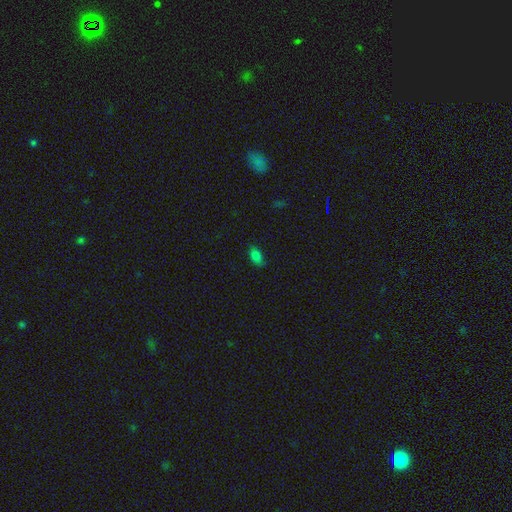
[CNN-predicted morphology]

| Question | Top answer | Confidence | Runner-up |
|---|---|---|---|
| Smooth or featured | smooth | 81% | star or artifact (13%) |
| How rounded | in between | 88% | round (8%) |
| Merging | none | 79% | minor disturbance (17%) |